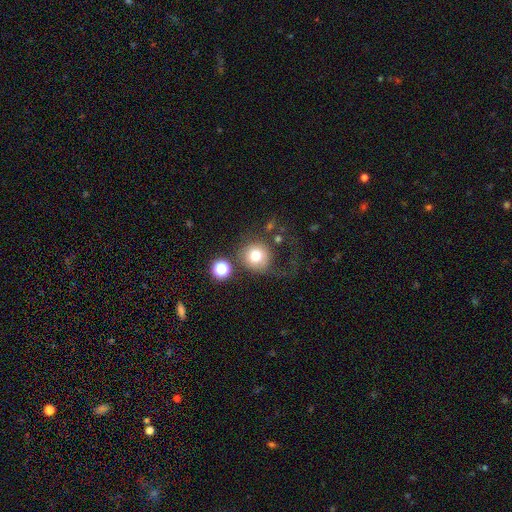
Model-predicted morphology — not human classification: A smooth galaxy with no disk features (74%) that is round (92%).

Vote fractions:
- Smooth or featured? smooth: 74% / featured or disk: 13% / star or artifact: 12%
- How rounded? round: 92% / in between: 7% / cigar-shaped: 1%
- Merging? none: 57% / major disturbance: 20% / minor disturbance: 14% / merger: 8%